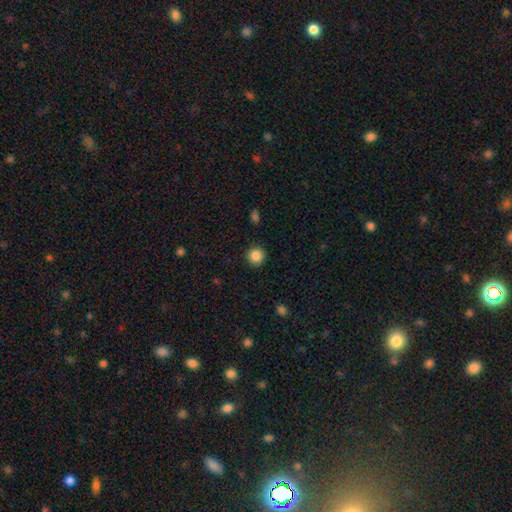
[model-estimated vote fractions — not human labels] Smooth or featured? smooth (86%)
How rounded? round (93%)
Merging? none (91%)